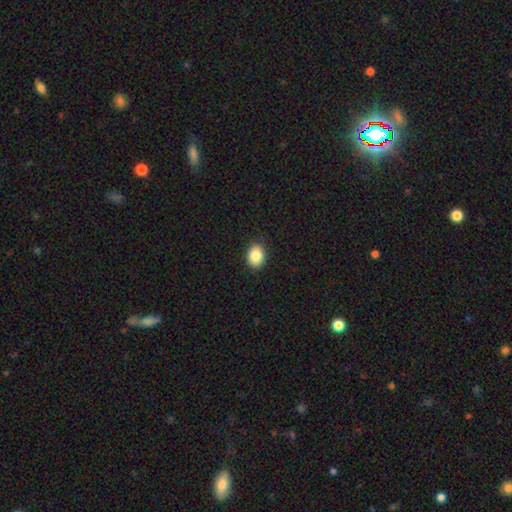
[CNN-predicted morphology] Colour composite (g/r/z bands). It shows a smooth galaxy with no disk features (85%) that is in between round and cigar-shaped (64%). Merging: none (88%).